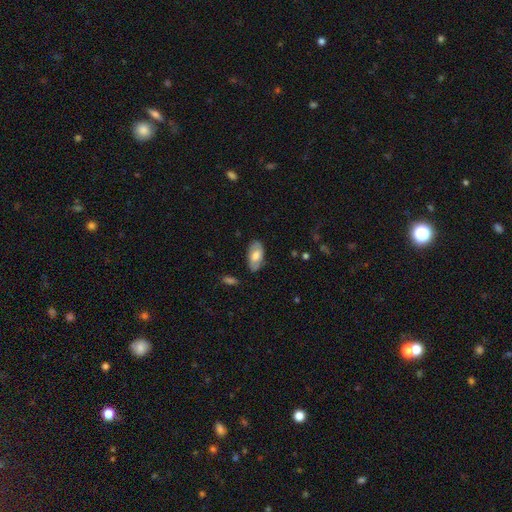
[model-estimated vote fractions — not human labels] The model was most divided on "smooth or featured": smooth: 58%, featured or disk: 36%, star or artifact: 6%. More confident: how rounded — in between (93%); merging — none (79%).